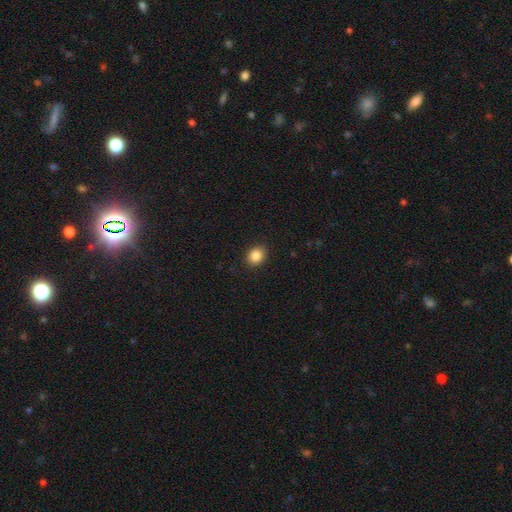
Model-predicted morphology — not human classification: type=smooth (86%); roundness=round (55%); merging=none (90%).